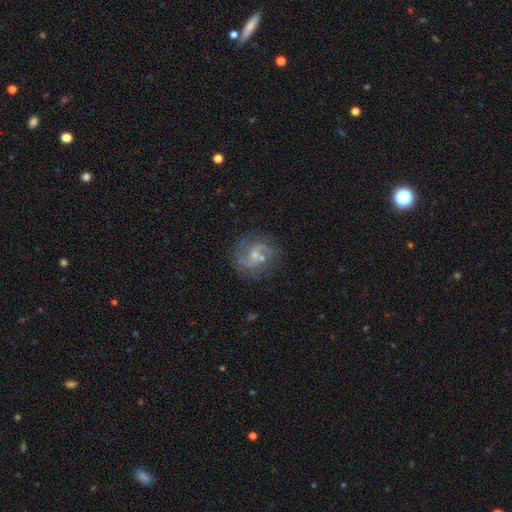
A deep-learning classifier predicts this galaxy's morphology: Smooth or featured?
  - featured or disk: 81% *
  - smooth: 11%
  - star or artifact: 8%
Edge-on disk?
  - no: 98% *
  - yes: 2%
Bar?
  - no: 50% *
  - weak: 41%
  - strong: 9%
Spiral arms?
  - yes: 93% *
  - no: 7%
Spiral winding?
  - medium: 50% *
  - loose: 35%
  - tight: 15%
Spiral arm count?
  - 2: 81% *
  - can't tell: 7%
  - 3: 5%
  - 1: 3%
  - 4: 2%
  - more than 4: 2%
Bulge size?
  - small: 60% *
  - moderate: 32%
  - none: 5%
  - large: 2%
  - dominant: 1%
Merging?
  - none: 69% *
  - minor disturbance: 17%
  - major disturbance: 9%
  - merger: 5%